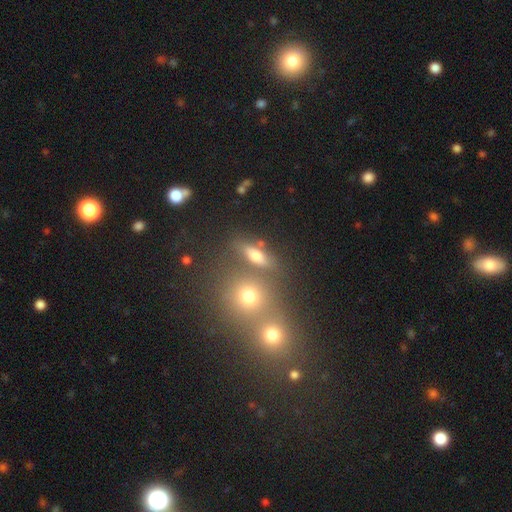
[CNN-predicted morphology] Smooth or featured?
  - smooth: 67% *
  - featured or disk: 17%
  - star or artifact: 16%
How rounded?
  - in between: 57% *
  - round: 23%
  - cigar-shaped: 20%
Merging?
  - none: 64% *
  - merger: 19%
  - minor disturbance: 11%
  - major disturbance: 6%